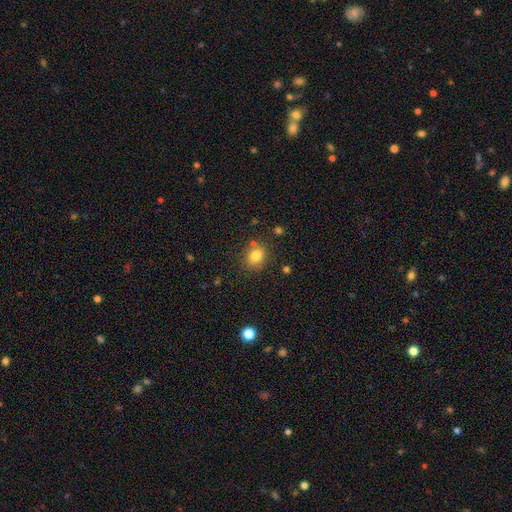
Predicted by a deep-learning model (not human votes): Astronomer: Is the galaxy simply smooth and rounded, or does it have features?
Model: smooth — 81%.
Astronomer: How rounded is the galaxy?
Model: round — 62% (runner-up: in between, 37%).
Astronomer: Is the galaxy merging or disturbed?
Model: none — 76%.